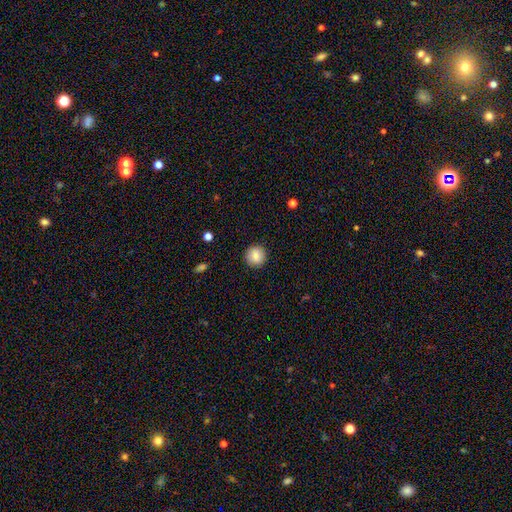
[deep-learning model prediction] smooth 85%, star or artifact 9%, featured or disk 6%. Down the decision tree: how rounded — round (94%); merging — none (91%).